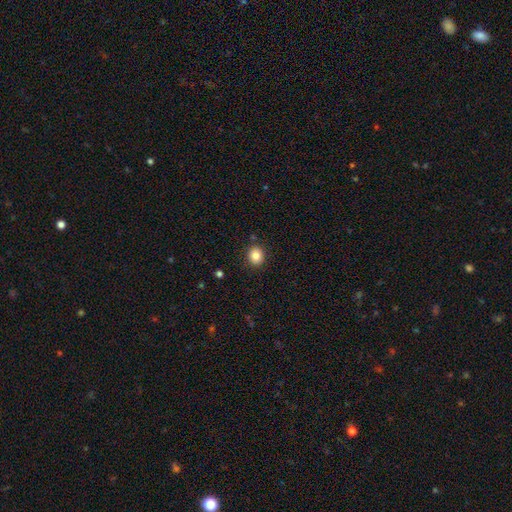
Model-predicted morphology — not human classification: Smooth or featured? Predicted: smooth (p=0.85). How rounded? Predicted: round (p=0.69). Merging? Predicted: none (p=0.88).